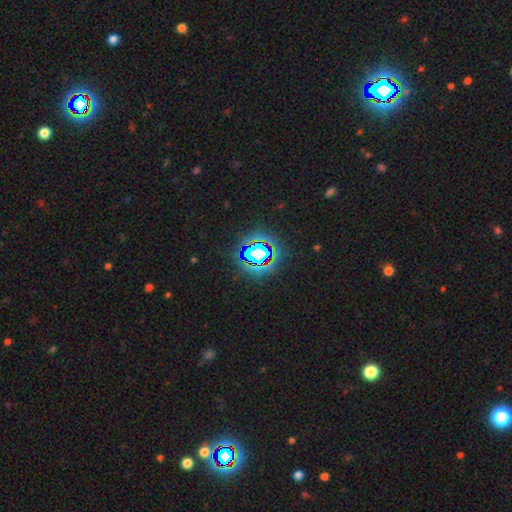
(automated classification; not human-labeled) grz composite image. It shows a star or artifact, not a galaxy (69%).